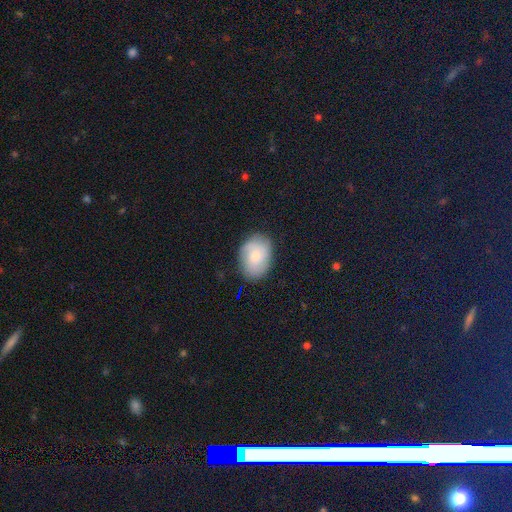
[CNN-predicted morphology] Q: Smooth or featured?
A: smooth (55%); runner-up: featured or disk (38%)
Q: How rounded?
A: in between (71%); runner-up: round (28%)
Q: Merging?
A: none (79%); runner-up: minor disturbance (16%)